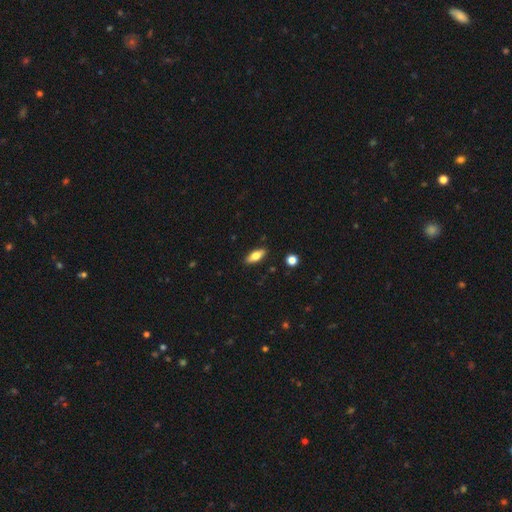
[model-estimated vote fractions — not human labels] A smooth galaxy with no disk features (70%) that is in between round and cigar-shaped (76%). Merging: none (88%).